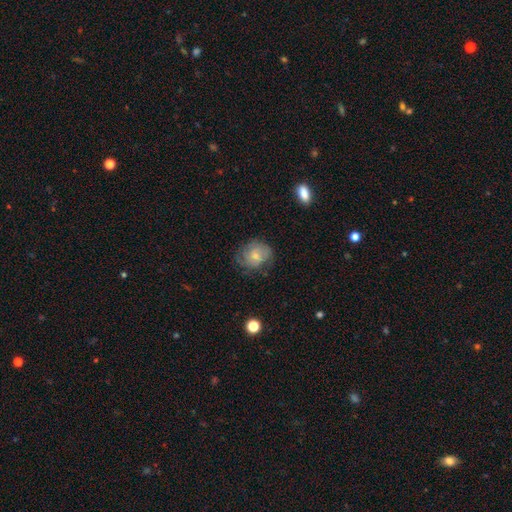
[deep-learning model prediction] smooth-or-featured: smooth: 58% | featured or disk: 34% | star or artifact: 8%
  how-rounded: round: 63% | in between: 36% | cigar-shaped: 1%
  merging: none: 61% | minor disturbance: 26% | major disturbance: 12% | merger: 1%